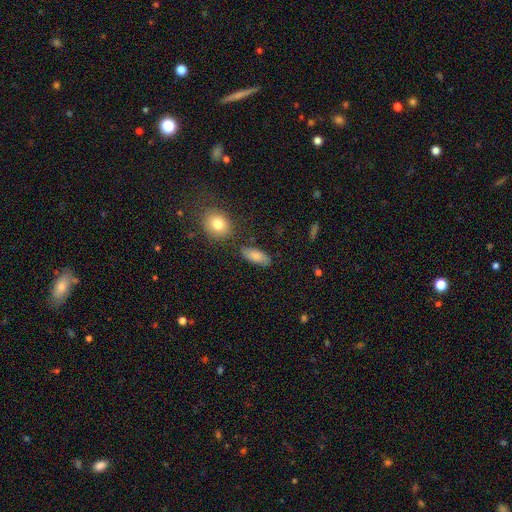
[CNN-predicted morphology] Smooth or featured? smooth (81%)
How rounded? in between (84%)
Merging? none (78%)